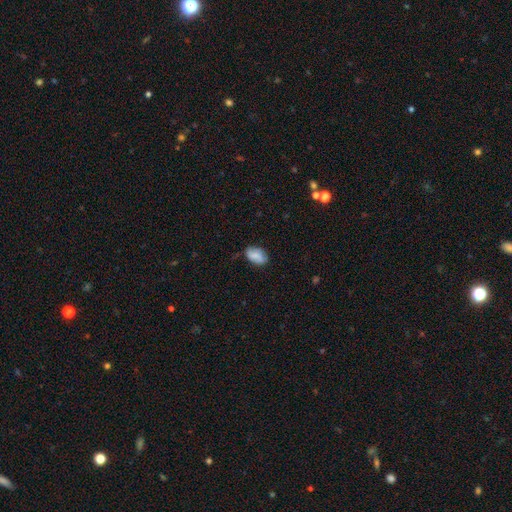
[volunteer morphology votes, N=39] Smooth or featured? smooth (82%)
How rounded? in between (97%)
Merging? none (57%)